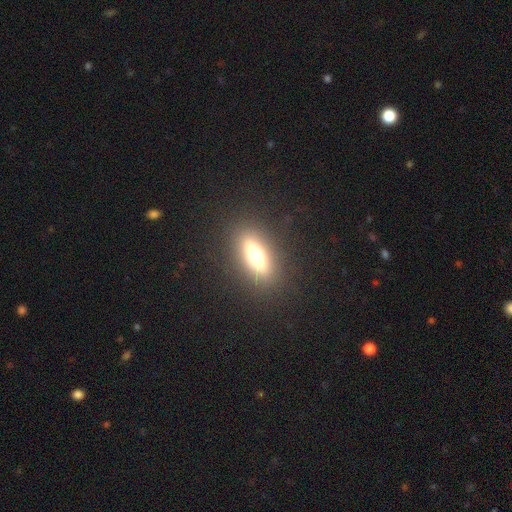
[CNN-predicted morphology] The model was most divided on "smooth or featured": smooth: 50%, featured or disk: 38%, star or artifact: 12%. More confident: merging — none (87%); how rounded — in between (57%).